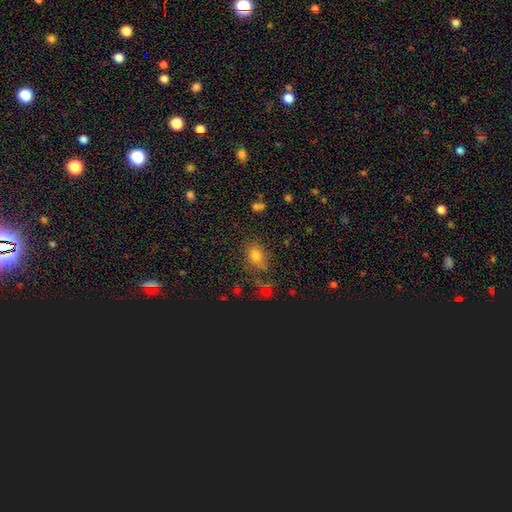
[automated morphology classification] smooth_or_featured: smooth (p=0.74) [alt: star or artifact p=0.18]
how_rounded: in between (p=0.58) [alt: round p=0.40]
merging: none (p=0.71) [alt: minor disturbance p=0.17]